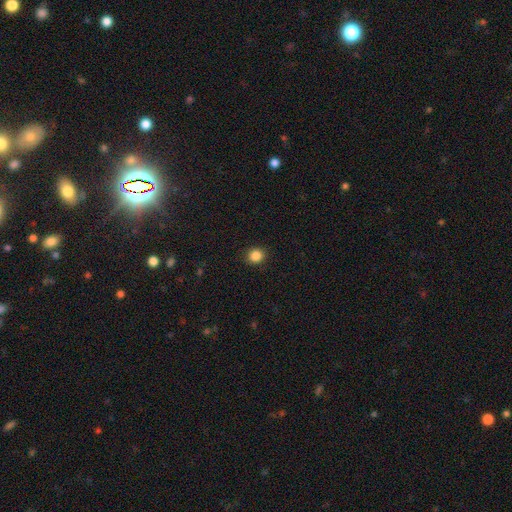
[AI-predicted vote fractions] A smooth galaxy with no disk features (86%) that is round (86%). Merging: none (90%).